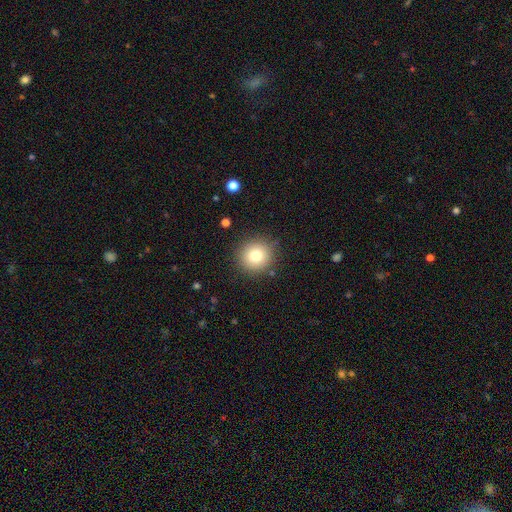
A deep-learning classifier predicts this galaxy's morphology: Smooth or featured: smooth — 78% (star or artifact — 12%)
How rounded: round — 92% (in between — 7%)
Merging: none — 88% (minor disturbance — 8%)